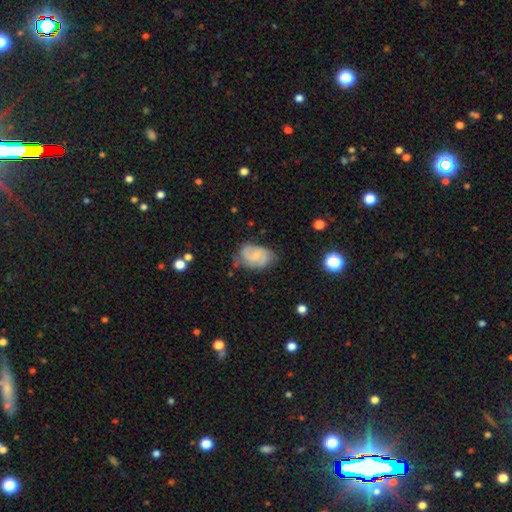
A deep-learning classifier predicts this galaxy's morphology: smooth_or_featured: featured or disk (p=0.64) [alt: smooth p=0.29]
disk_edge_on: no (p=0.97) [alt: yes p=0.03]
bar: weak (p=0.48) [alt: no p=0.43]
has_spiral_arms: yes (p=0.90) [alt: no p=0.10]
spiral_winding: medium (p=0.48) [alt: tight p=0.29]
spiral_arm_count: 2 (p=0.77) [alt: can't tell p=0.13]
bulge_size: small (p=0.62) [alt: moderate p=0.23]
merging: none (p=0.61) [alt: minor disturbance p=0.27]